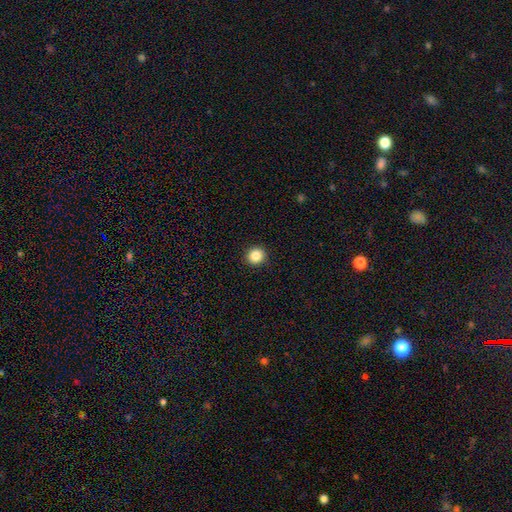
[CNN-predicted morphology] A smooth galaxy with no disk features (85%) that is round (94%).

Vote fractions:
- Smooth or featured? smooth: 85% / star or artifact: 11% / featured or disk: 4%
- How rounded? round: 94% / in between: 5% / cigar-shaped: 1%
- Merging? none: 93% / minor disturbance: 5% / major disturbance: 2% / merger: 1%